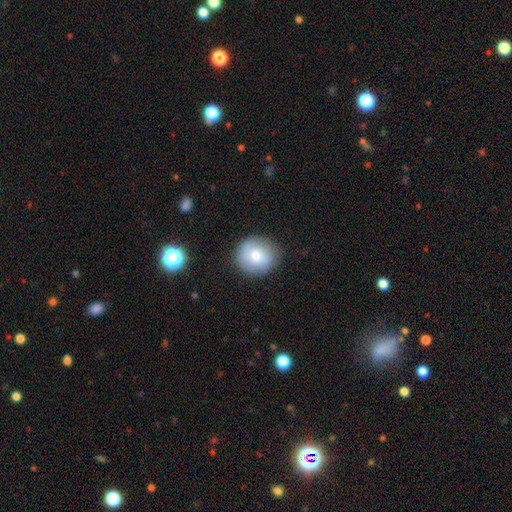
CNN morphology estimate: Smooth or featured: smooth — 75% (featured or disk — 17%)
How rounded: round — 87% (in between — 12%)
Merging: none — 83% (minor disturbance — 12%)